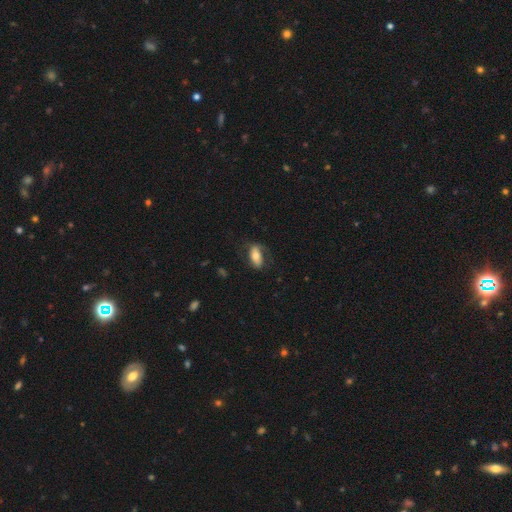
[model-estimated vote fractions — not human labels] The model was most divided on "smooth or featured": smooth: 60%, featured or disk: 33%, star or artifact: 7%. More confident: how rounded — in between (84%); merging — none (66%).